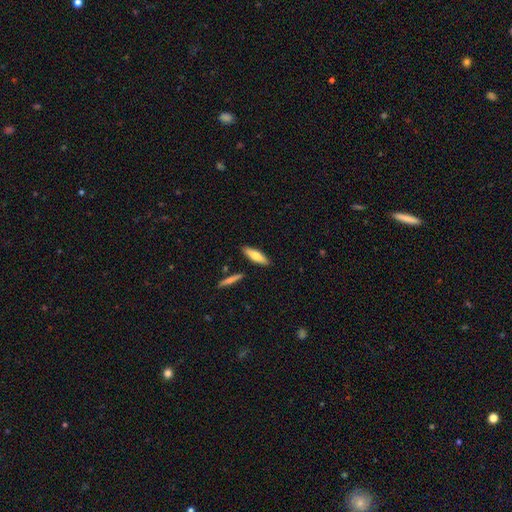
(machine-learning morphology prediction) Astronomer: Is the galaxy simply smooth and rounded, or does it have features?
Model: smooth — 66%.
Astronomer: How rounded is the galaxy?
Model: cigar-shaped — 62%.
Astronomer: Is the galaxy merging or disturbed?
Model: none — 86%.